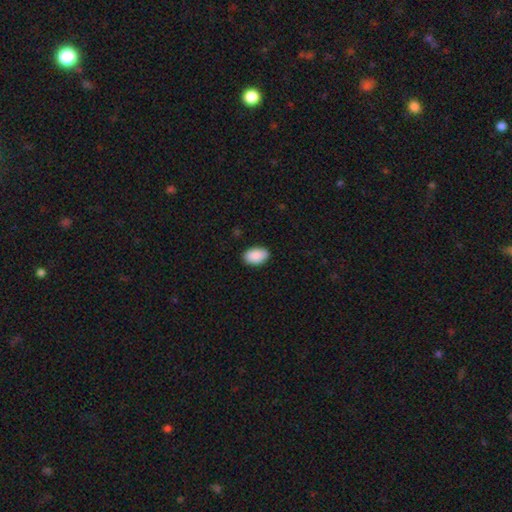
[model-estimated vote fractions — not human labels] This appears to be a smooth galaxy with no disk features (91%) that is in between round and cigar-shaped (92%). Merging: none (87%).